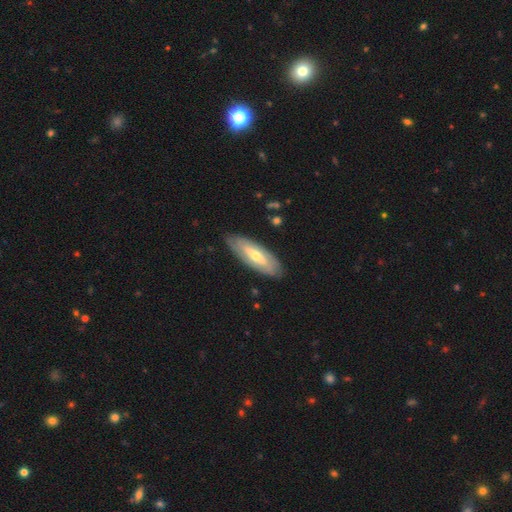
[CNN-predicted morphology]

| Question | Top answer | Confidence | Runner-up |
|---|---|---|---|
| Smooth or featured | featured or disk | 60% | smooth (35%) |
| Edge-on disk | no | 75% | yes (25%) |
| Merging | none | 82% | minor disturbance (14%) |